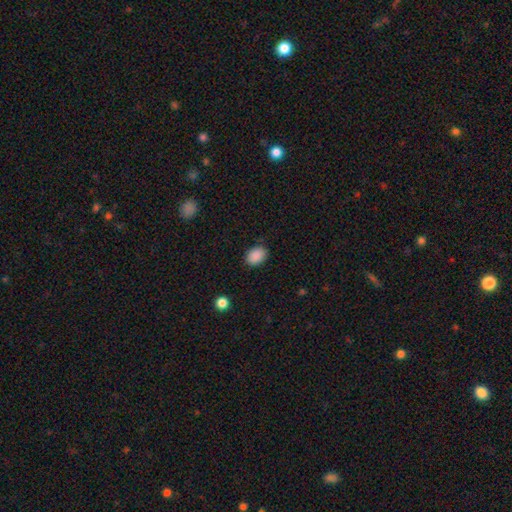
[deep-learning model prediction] This appears to be a smooth galaxy with no disk features (89%) that is in between round and cigar-shaped (74%). Merging: none (85%).